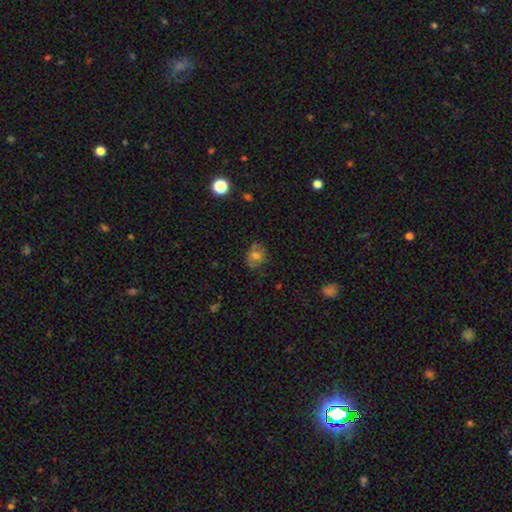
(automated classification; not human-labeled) Smooth or featured? Predicted: smooth (p=0.64). How rounded? Predicted: round (p=0.50). Merging? Predicted: none (p=0.69).